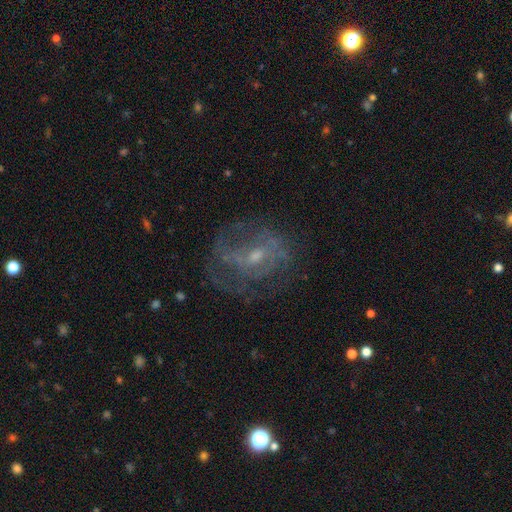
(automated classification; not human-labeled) This is likely a featured or disk galaxy (70%). It is clearly not viewed edge-on (96%). Bar: marginally no (45%). Spiral arm pattern: likely yes (73%). Central bulge: possibly small (59%). Merging: likely none (63%).